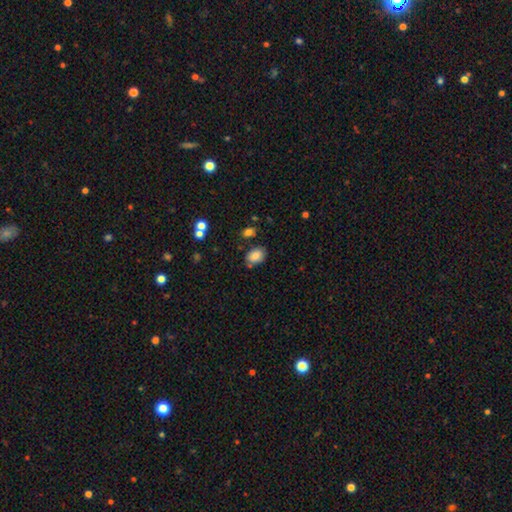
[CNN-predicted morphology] Smooth or featured?
  - smooth: 83% *
  - star or artifact: 9%
  - featured or disk: 8%
How rounded?
  - in between: 77% *
  - round: 22%
  - cigar-shaped: 1%
Merging?
  - none: 75% *
  - minor disturbance: 15%
  - merger: 7%
  - major disturbance: 3%